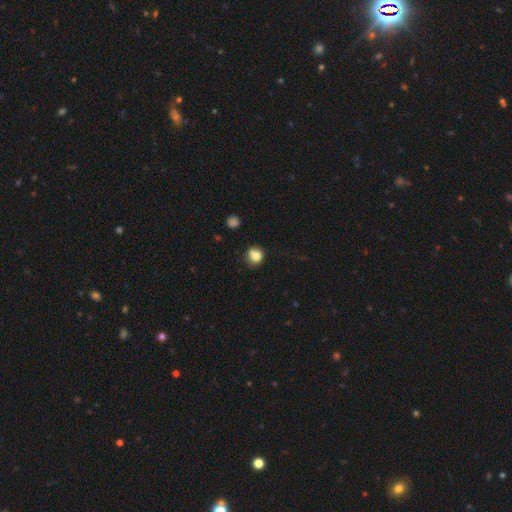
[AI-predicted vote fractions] Smooth or featured? Predicted: smooth (p=0.79). How rounded? Predicted: round (p=0.72). Merging? Predicted: none (p=0.55).